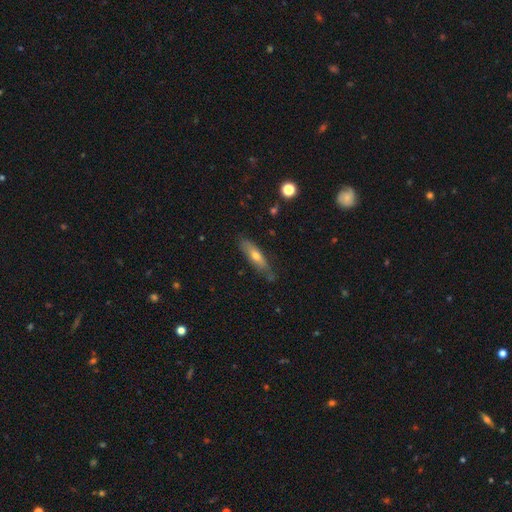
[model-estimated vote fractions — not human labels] Morphology: type=smooth (56%); roundness=cigar-shaped (68%); merging=none (74%).